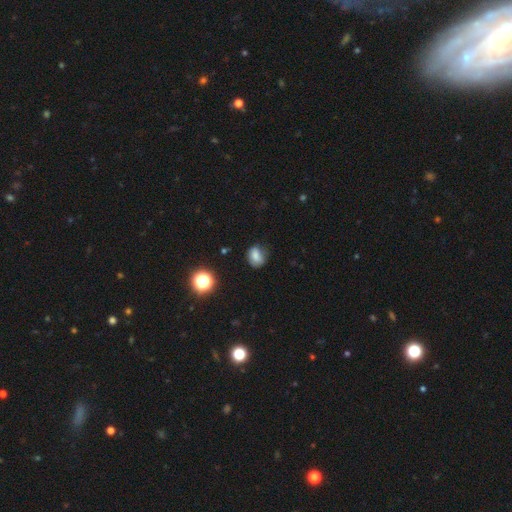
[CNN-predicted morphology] The model was most divided on "how rounded": round: 51%, in between: 48%, cigar-shaped: 1%. More confident: smooth or featured — smooth (74%); merging — none (65%).